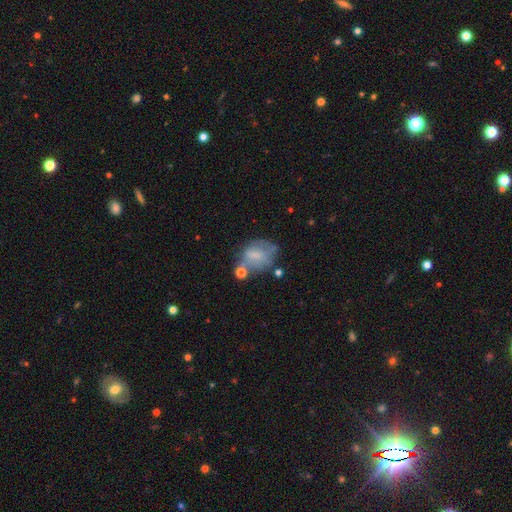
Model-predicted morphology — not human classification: A smooth galaxy with no disk features (55%) that is in between round and cigar-shaped (67%). Merging: none (39%).